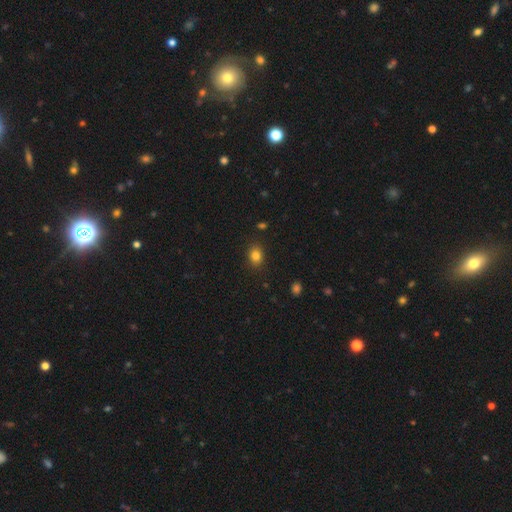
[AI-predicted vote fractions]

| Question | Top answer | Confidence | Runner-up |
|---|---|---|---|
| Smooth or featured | smooth | 83% | star or artifact (11%) |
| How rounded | in between | 57% | round (42%) |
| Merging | none | 87% | minor disturbance (9%) |